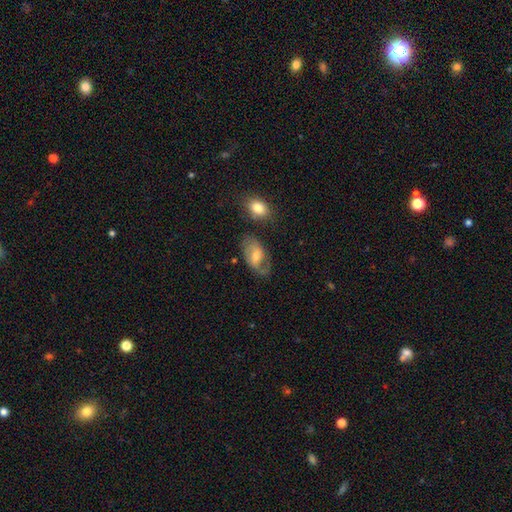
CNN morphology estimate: smooth_or_featured: featured or disk (p=0.55) [alt: smooth p=0.37]
disk_edge_on: no (p=0.94) [alt: yes p=0.06]
bar: weak (p=0.46) [alt: no p=0.39]
has_spiral_arms: yes (p=0.73) [alt: no p=0.27]
bulge_size: moderate (p=0.52) [alt: small p=0.35]
merging: none (p=0.56) [alt: minor disturbance p=0.23]